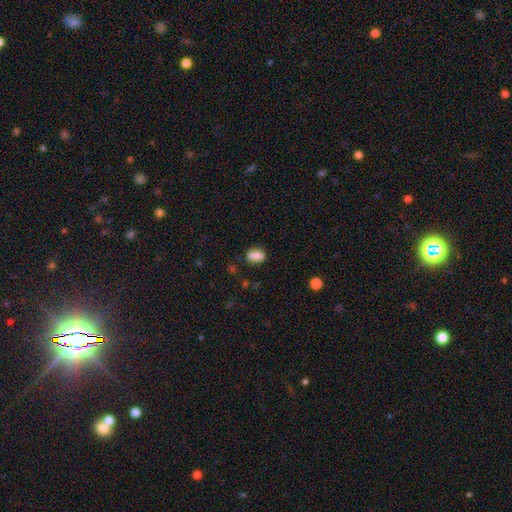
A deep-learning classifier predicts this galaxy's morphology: Q: Smooth or featured?
A: smooth (86%); runner-up: star or artifact (9%)
Q: How rounded?
A: in between (83%); runner-up: round (14%)
Q: Merging?
A: none (79%); runner-up: minor disturbance (15%)